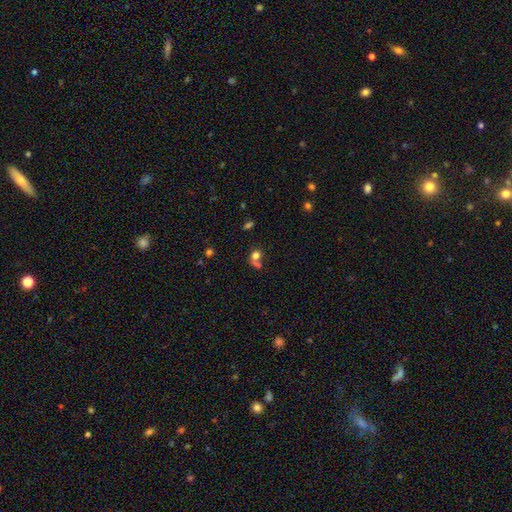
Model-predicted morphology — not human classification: This is likely a smooth galaxy (71%). How rounded: likely round (68%). Merging: marginally merger (40%).